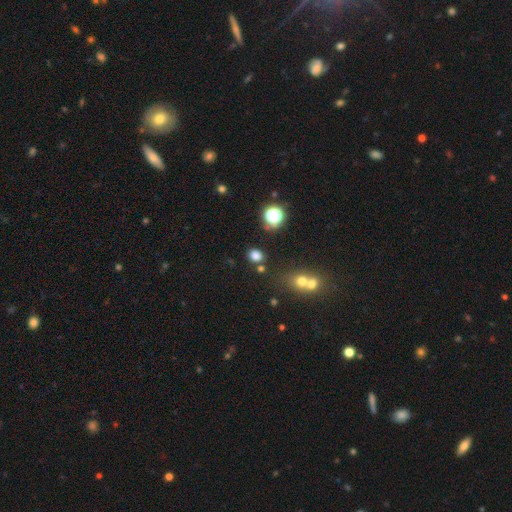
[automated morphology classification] The model was most divided on "how rounded": round: 57%, in between: 42%, cigar-shaped: 1%. More confident: smooth or featured — smooth (75%); merging — none (75%).